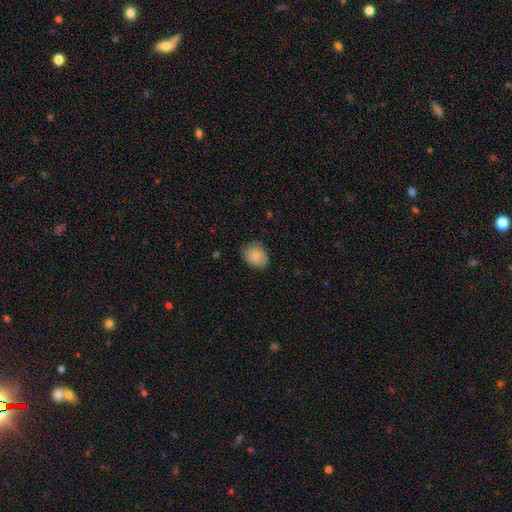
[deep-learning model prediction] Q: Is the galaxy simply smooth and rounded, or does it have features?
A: smooth — 86%.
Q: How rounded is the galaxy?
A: in between — 51%.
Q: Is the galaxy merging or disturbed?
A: none — 80%.